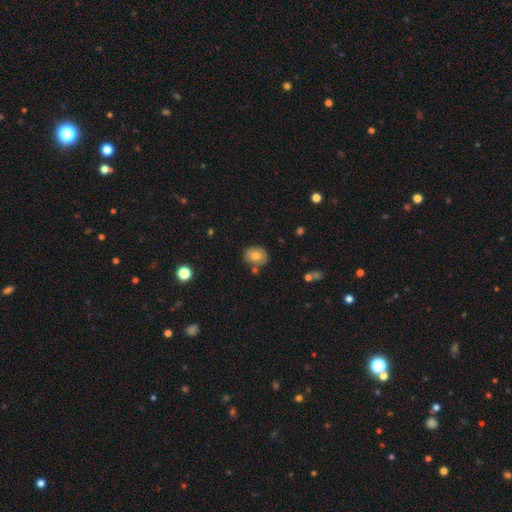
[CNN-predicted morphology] Smooth or featured?
  - smooth: 75% *
  - featured or disk: 16%
  - star or artifact: 9%
How rounded?
  - round: 59% *
  - in between: 40%
  - cigar-shaped: 1%
Merging?
  - none: 77% *
  - minor disturbance: 13%
  - merger: 7%
  - major disturbance: 3%